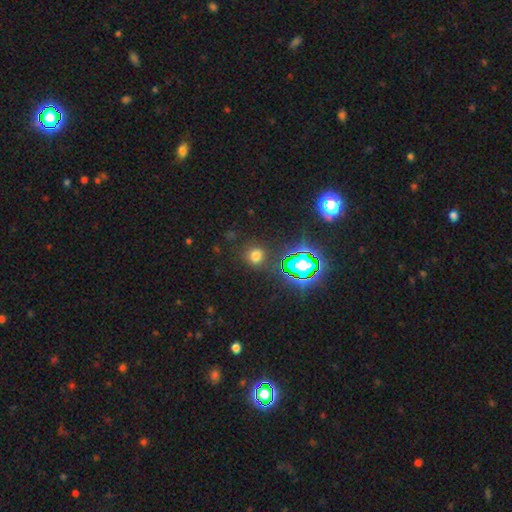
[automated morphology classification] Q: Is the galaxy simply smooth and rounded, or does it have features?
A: smooth — 64%.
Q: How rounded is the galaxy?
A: round — 87%.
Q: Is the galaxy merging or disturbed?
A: none — 85%.